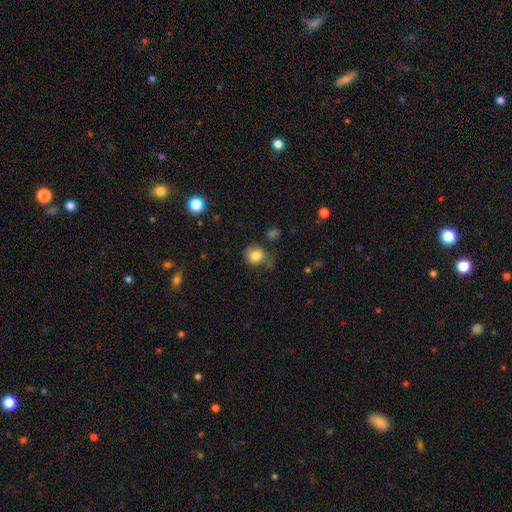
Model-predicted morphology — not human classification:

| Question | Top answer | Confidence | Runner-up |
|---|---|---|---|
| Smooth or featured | smooth | 82% | star or artifact (10%) |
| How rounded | round | 77% | in between (22%) |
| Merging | none | 59% | minor disturbance (27%) |